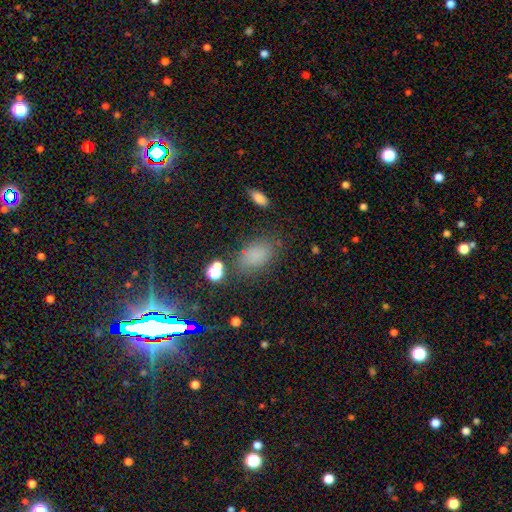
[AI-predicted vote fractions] smooth-or-featured: smooth: 75% | star or artifact: 18% | featured or disk: 7%
  how-rounded: in between: 86% | round: 12% | cigar-shaped: 2%
  merging: none: 73% | minor disturbance: 17% | major disturbance: 7% | merger: 4%